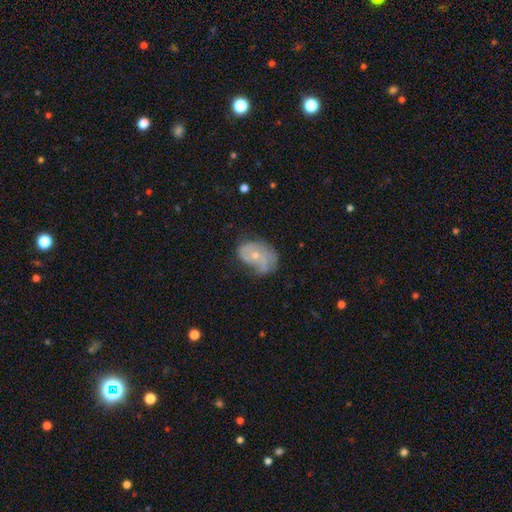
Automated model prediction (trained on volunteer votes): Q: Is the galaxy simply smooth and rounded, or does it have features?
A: featured or disk — 62%.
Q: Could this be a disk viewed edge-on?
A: no — 97%.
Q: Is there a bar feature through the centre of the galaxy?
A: no — 74%.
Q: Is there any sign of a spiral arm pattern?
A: yes — 75%.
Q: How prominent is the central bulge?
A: small — 60%.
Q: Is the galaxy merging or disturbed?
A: none — 45%.